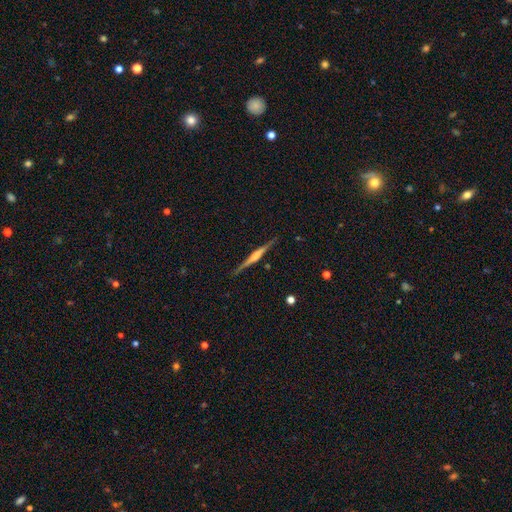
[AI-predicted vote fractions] Smooth or featured? featured or disk (75%)
Edge-on disk? yes (98%)
Edge-on bulge? rounded (48%)
Merging? none (89%)